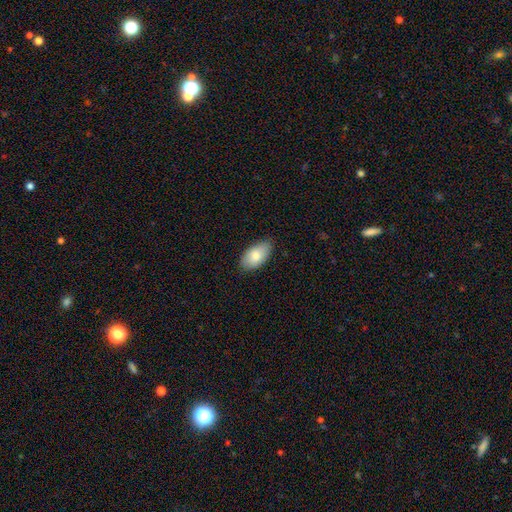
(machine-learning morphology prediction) type=smooth (82%); roundness=in between (95%); merging=none (83%).